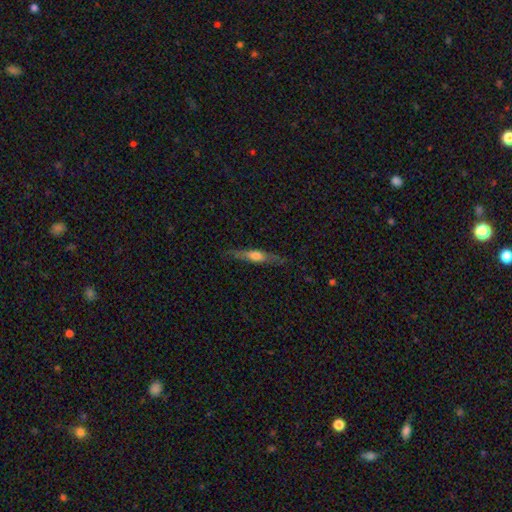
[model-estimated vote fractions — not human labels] The model was most divided on "smooth or featured": featured or disk: 51%, smooth: 43%, star or artifact: 6%. More confident: edge-on disk — yes (87%); merging — none (80%).